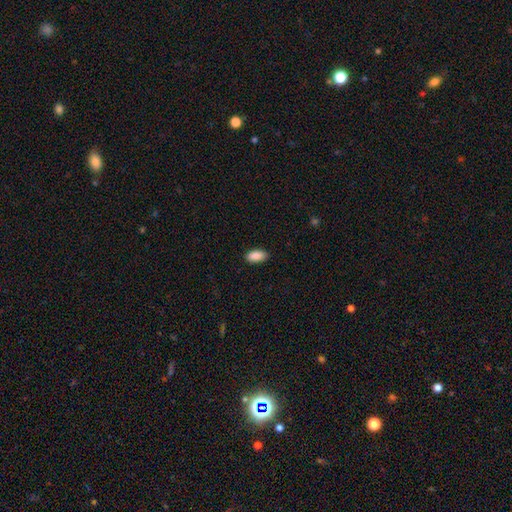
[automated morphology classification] This is clearly a smooth galaxy (90%). How rounded: clearly in between (92%). Merging: clearly none (88%).